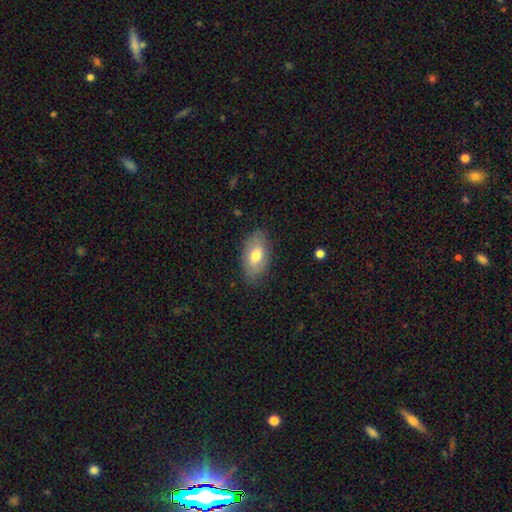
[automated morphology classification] smooth-or-featured: smooth: 70% | featured or disk: 24% | star or artifact: 6%
  how-rounded: in between: 92% | round: 5% | cigar-shaped: 3%
  merging: none: 80% | minor disturbance: 15% | major disturbance: 3% | merger: 1%